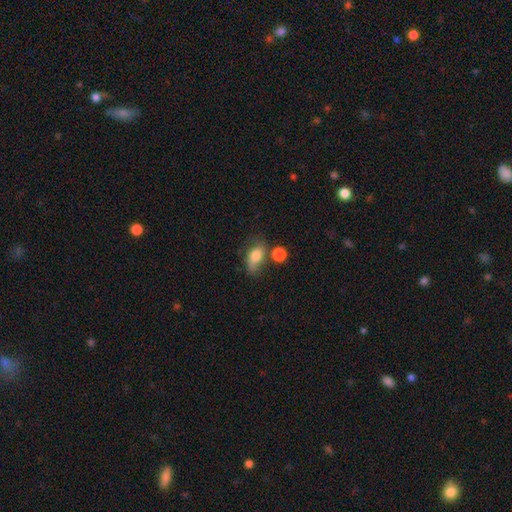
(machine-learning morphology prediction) smooth 69%, featured or disk 20%, star or artifact 10%. Down the decision tree: how rounded — in between (81%); merging — none (43%).